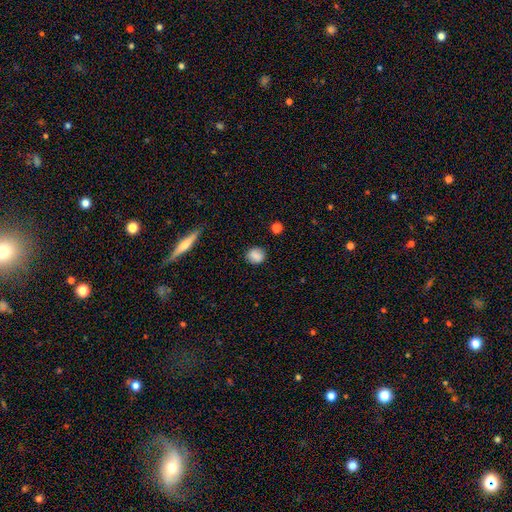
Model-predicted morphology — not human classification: A smooth galaxy with no disk features (85%) that is round (75%). Merging: none (84%).